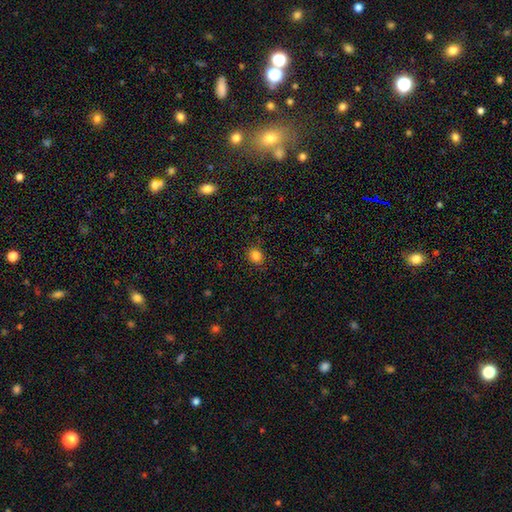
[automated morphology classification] Smooth or featured? Predicted: smooth (p=0.84). How rounded? Predicted: round (p=0.71). Merging? Predicted: none (p=0.87).